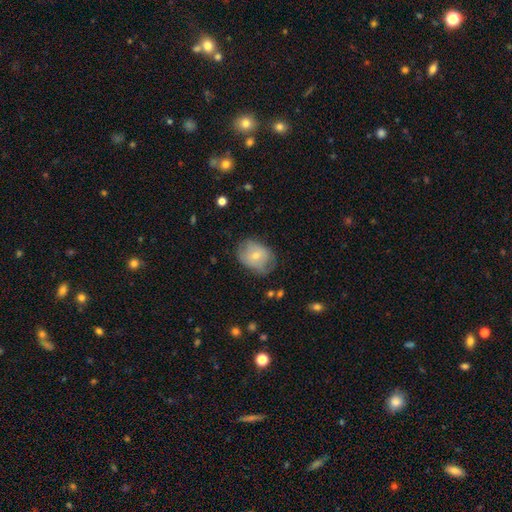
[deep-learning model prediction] smooth-or-featured: smooth: 62% | featured or disk: 30% | star or artifact: 7%
  how-rounded: in between: 63% | round: 36% | cigar-shaped: 1%
  merging: none: 57% | minor disturbance: 30% | major disturbance: 11% | merger: 2%